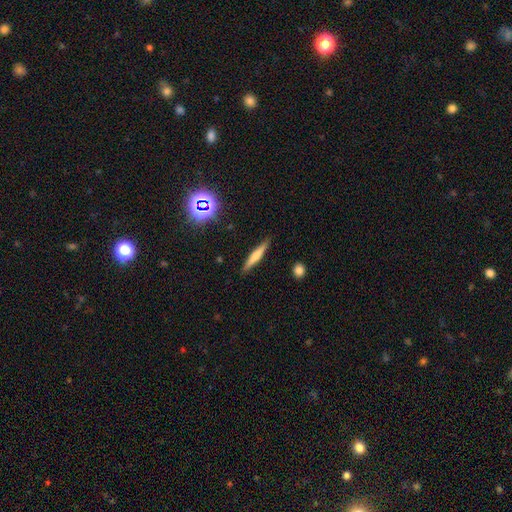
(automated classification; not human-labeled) This appears to be a smooth galaxy with no disk features (58%) that is cigar-shaped (92%). Merging: none (88%).